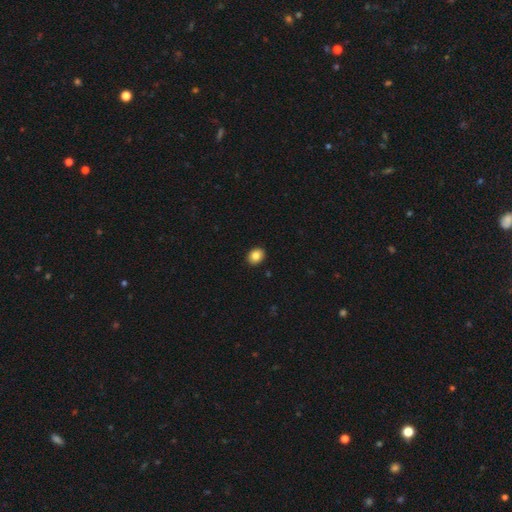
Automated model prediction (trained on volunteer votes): smooth 85%, star or artifact 9%, featured or disk 7%. Down the decision tree: how rounded — in between (54%); merging — none (92%).